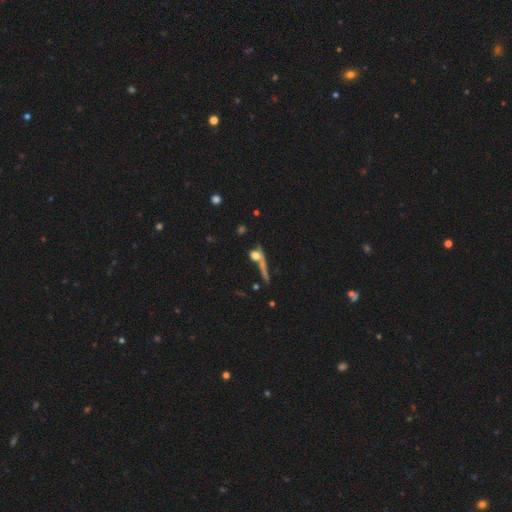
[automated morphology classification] type=smooth (58%); roundness=round (54%); merging=none (49%).